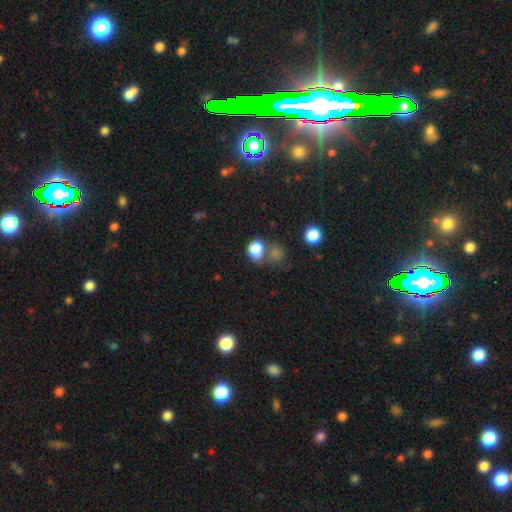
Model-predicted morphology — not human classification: Overall: star or artifact (65%).